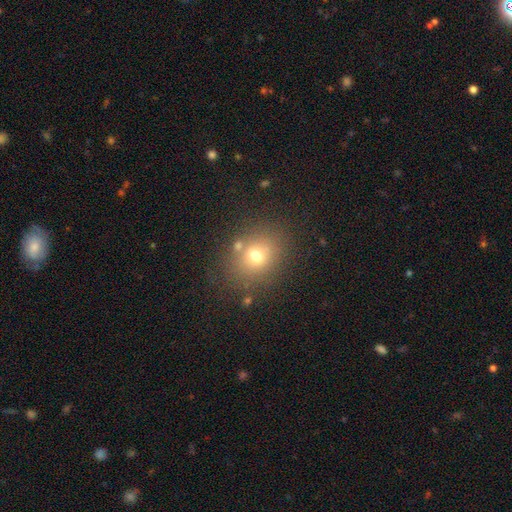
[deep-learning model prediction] A smooth galaxy with no disk features (69%) that is round (63%). Merging: none (76%).